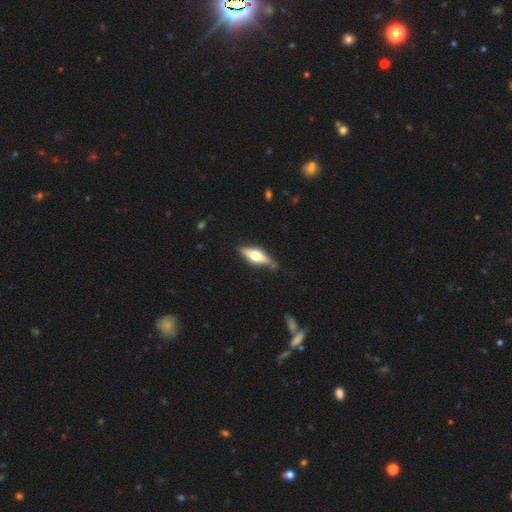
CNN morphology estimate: smooth_or_featured: featured or disk (p=0.53) [alt: smooth p=0.41]
disk_edge_on: yes (p=0.90) [alt: no p=0.10]
merging: none (p=0.73) [alt: minor disturbance p=0.20]